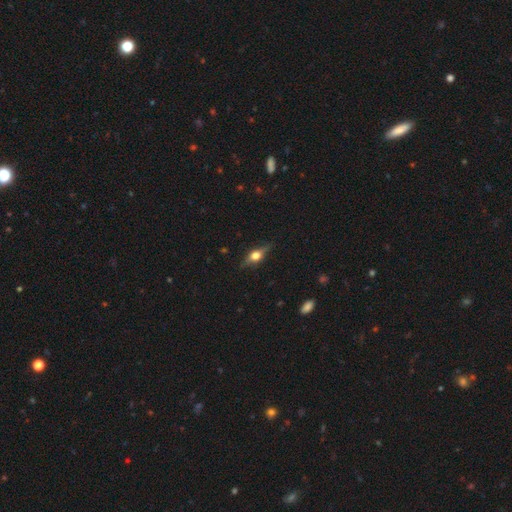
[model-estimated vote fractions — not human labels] smooth_or_featured: featured or disk (p=0.60) [alt: smooth p=0.32]
disk_edge_on: yes (p=0.94) [alt: no p=0.06]
edge_on_bulge: rounded (p=0.94) [alt: boxy p=0.05]
merging: none (p=0.82) [alt: minor disturbance p=0.14]